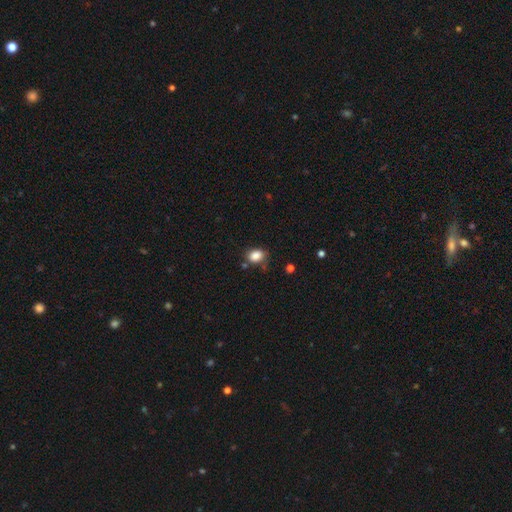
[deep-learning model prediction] smooth_or_featured: smooth (p=0.86) [alt: star or artifact p=0.10]
how_rounded: in between (p=0.64) [alt: round p=0.35]
merging: none (p=0.71) [alt: minor disturbance p=0.20]